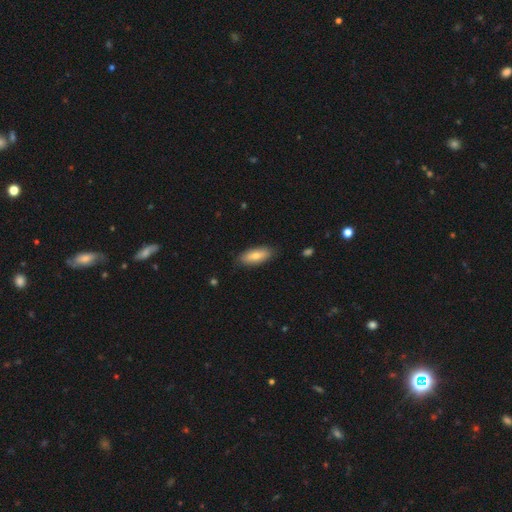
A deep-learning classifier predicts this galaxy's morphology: Smooth or featured? smooth (75%)
How rounded? in between (79%)
Merging? none (84%)